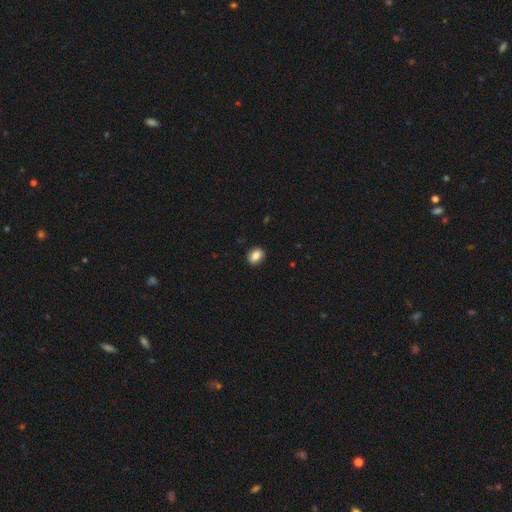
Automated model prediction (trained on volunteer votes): smooth_or_featured: smooth (p=0.86) [alt: star or artifact p=0.08]
how_rounded: in between (p=0.67) [alt: round p=0.32]
merging: none (p=0.90) [alt: minor disturbance p=0.08]